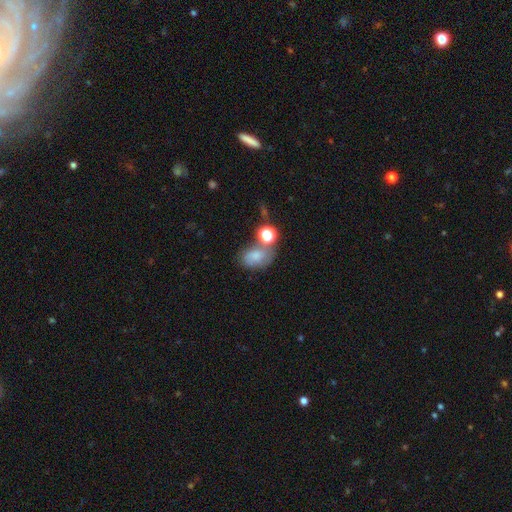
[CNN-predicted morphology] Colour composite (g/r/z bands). It shows a smooth galaxy with no disk features (67%) that is in between round and cigar-shaped (73%). Merging: none (41%).